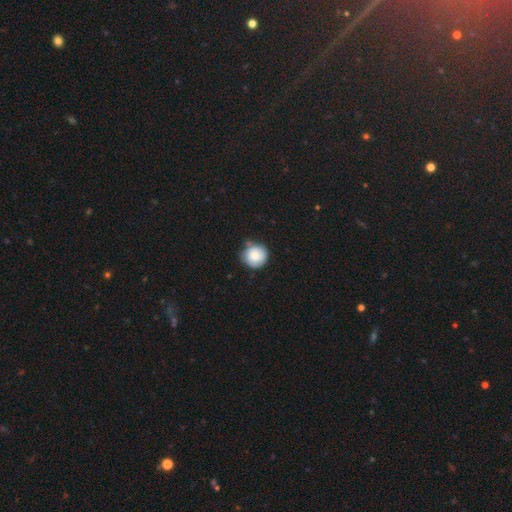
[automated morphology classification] Overall: smooth (77%). How rounded: round (93%). Merging: none (71%).